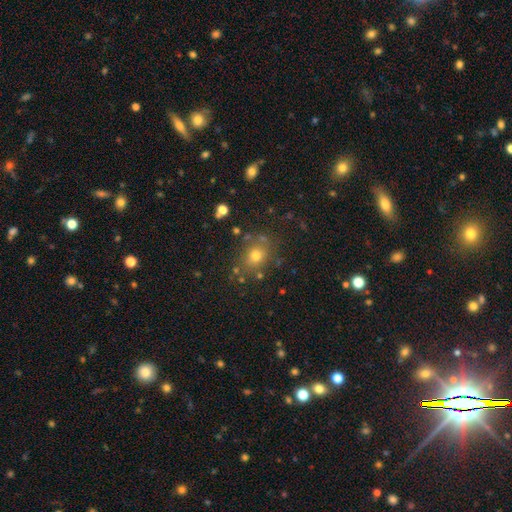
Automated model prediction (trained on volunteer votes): A smooth galaxy with no disk features (70%) that is round (63%).

Vote fractions:
- Smooth or featured? smooth: 70% / star or artifact: 19% / featured or disk: 11%
- How rounded? round: 63% / in between: 36% / cigar-shaped: 1%
- Merging? none: 77% / minor disturbance: 12% / merger: 6% / major disturbance: 4%